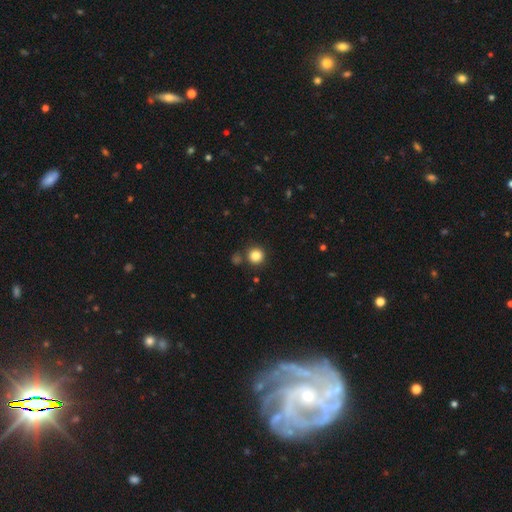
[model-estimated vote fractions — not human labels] smooth-or-featured: smooth: 84% | star or artifact: 12% | featured or disk: 4%
  how-rounded: round: 94% | in between: 5% | cigar-shaped: 1%
  merging: none: 84% | minor disturbance: 7% | merger: 7% | major disturbance: 3%